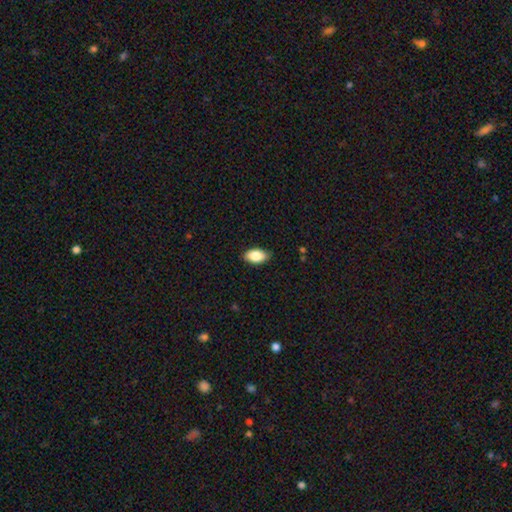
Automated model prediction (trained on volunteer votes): Smooth or featured?
  - smooth: 85% *
  - featured or disk: 8%
  - star or artifact: 7%
How rounded?
  - in between: 93% *
  - round: 5%
  - cigar-shaped: 2%
Merging?
  - none: 86% *
  - minor disturbance: 11%
  - major disturbance: 2%
  - merger: 1%